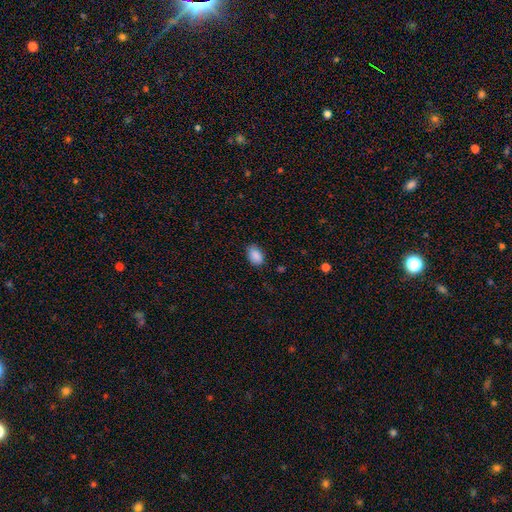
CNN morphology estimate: smooth-or-featured: smooth: 89% | star or artifact: 8% | featured or disk: 3%
  how-rounded: in between: 87% | round: 12% | cigar-shaped: 1%
  merging: none: 82% | minor disturbance: 14% | major disturbance: 3% | merger: 1%